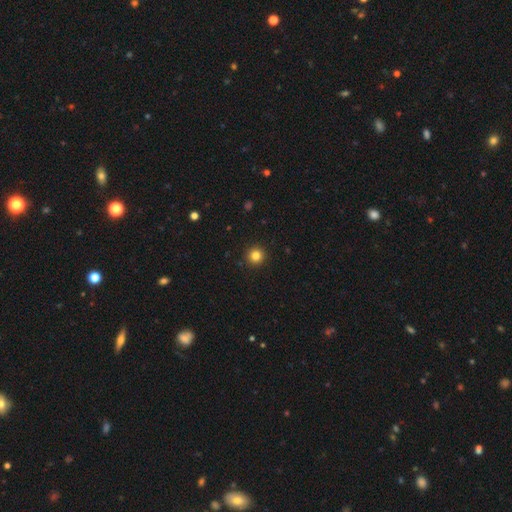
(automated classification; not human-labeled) smooth_or_featured: smooth (p=0.83) [alt: star or artifact p=0.12]
how_rounded: round (p=0.96) [alt: in between p=0.03]
merging: none (p=0.93) [alt: minor disturbance p=0.04]